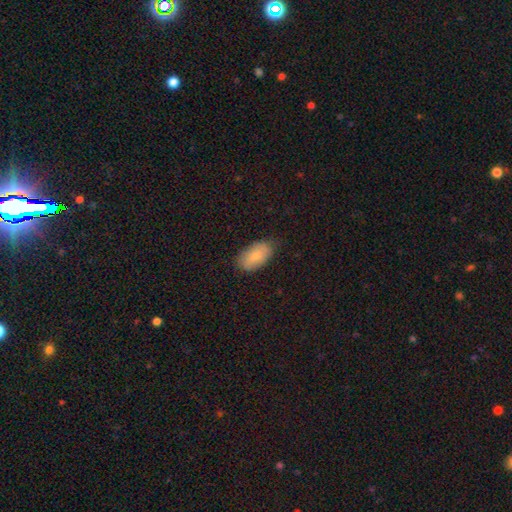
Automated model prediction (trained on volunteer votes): Q: Smooth or featured?
A: smooth (81%); runner-up: featured or disk (13%)
Q: How rounded?
A: in between (94%); runner-up: round (4%)
Q: Merging?
A: none (79%); runner-up: minor disturbance (17%)